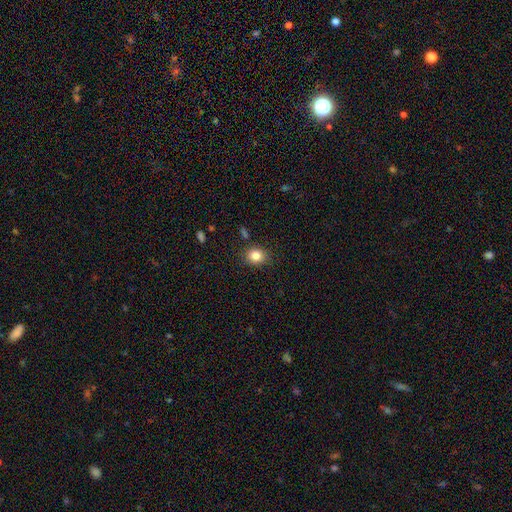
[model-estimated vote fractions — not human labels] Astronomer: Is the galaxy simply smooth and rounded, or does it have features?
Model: smooth — 84%.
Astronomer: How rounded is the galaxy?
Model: round — 63%.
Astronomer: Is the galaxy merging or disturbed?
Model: none — 85%.